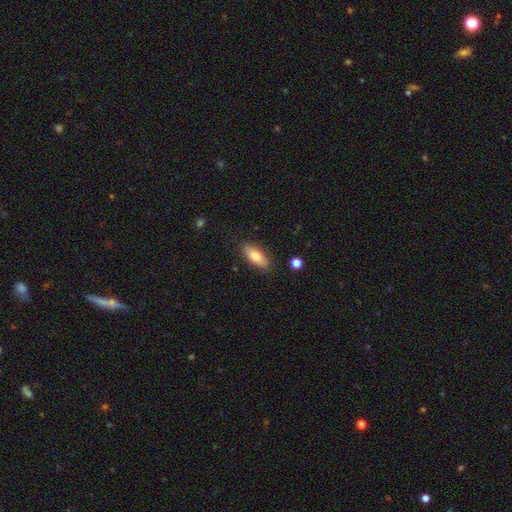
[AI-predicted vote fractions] smooth 74%, featured or disk 20%, star or artifact 7%. Down the decision tree: how rounded — in between (75%); merging — none (84%).